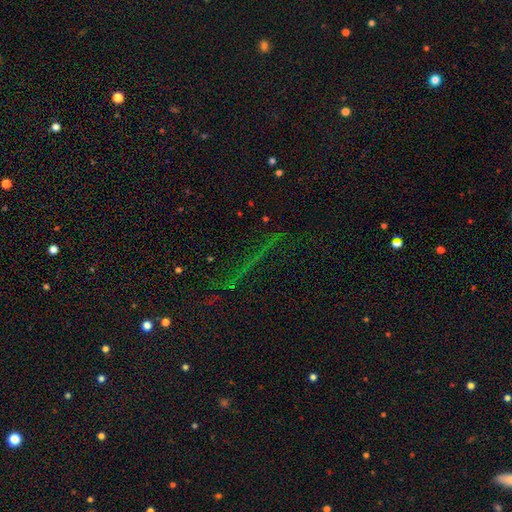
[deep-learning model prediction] The model was most divided on "smooth or featured": star or artifact: 72%, smooth: 15%, featured or disk: 13%.